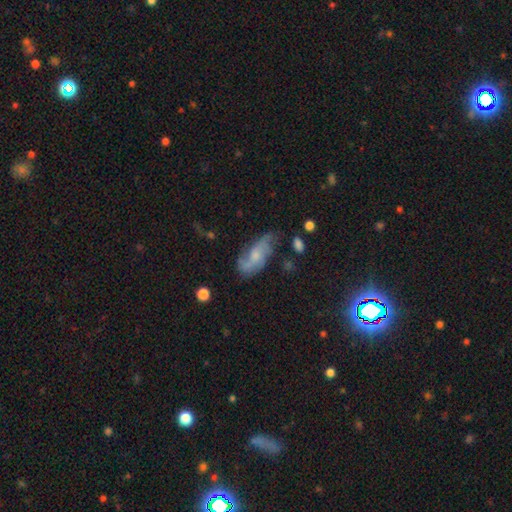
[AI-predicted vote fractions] This is likely a featured or disk galaxy (63%). It is clearly not viewed edge-on (92%). Bar: likely no (69%). Spiral arm pattern: clearly yes (85%). Central bulge: possibly small (52%). Merging: possibly none (53%).